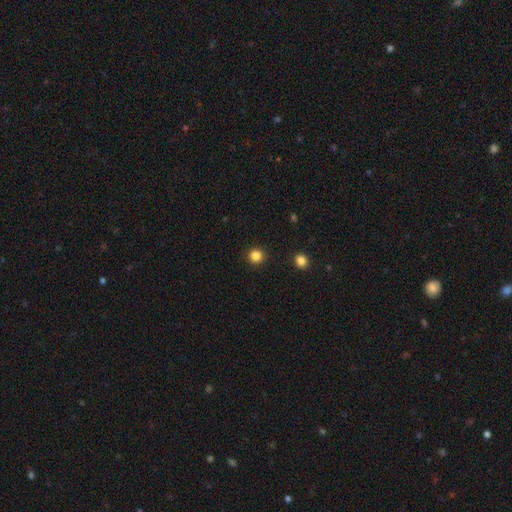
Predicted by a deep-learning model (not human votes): Morphology: type=smooth (84%); roundness=round (94%); merging=none (93%).